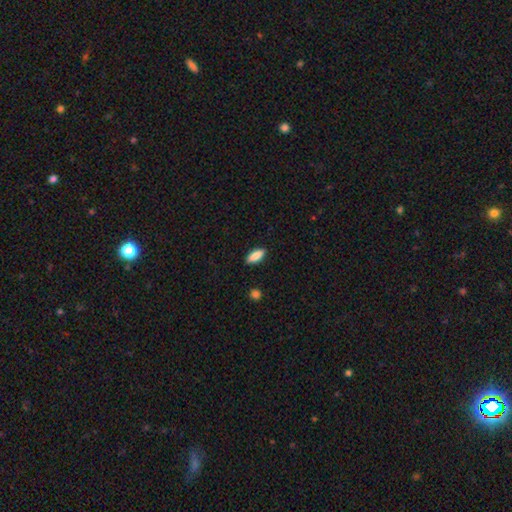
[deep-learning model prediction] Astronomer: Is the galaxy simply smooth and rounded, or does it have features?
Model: smooth — 86%.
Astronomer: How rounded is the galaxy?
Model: in between — 72%.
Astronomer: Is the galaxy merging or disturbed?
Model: none — 89%.